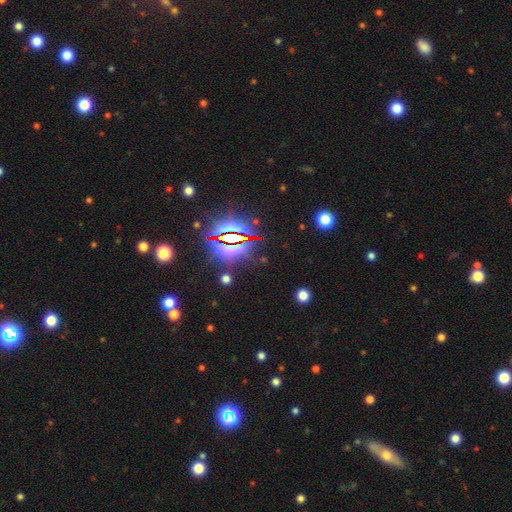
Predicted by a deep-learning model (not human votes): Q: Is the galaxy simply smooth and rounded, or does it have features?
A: star or artifact — 84%.